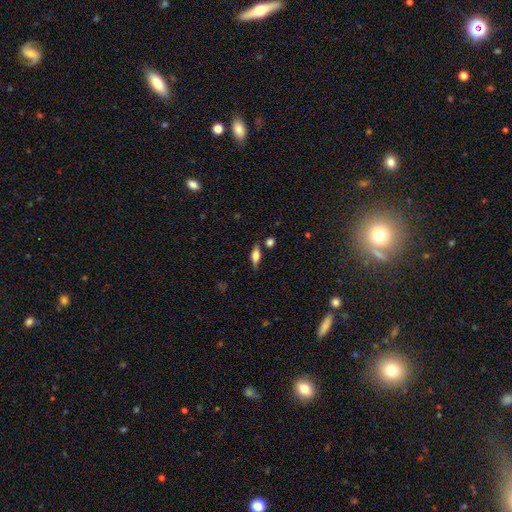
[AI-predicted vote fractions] This is possibly a smooth galaxy (50%). How rounded: likely in between (61%). Merging: likely none (77%).